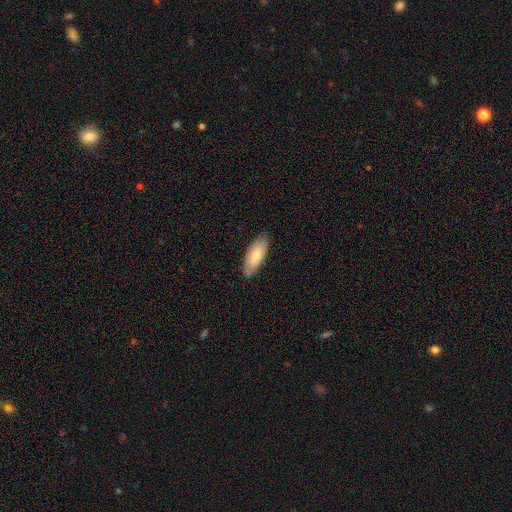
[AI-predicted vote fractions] Smooth or featured?
  - smooth: 72% *
  - featured or disk: 22%
  - star or artifact: 5%
How rounded?
  - in between: 78% *
  - cigar-shaped: 21%
  - round: 2%
Merging?
  - none: 83% *
  - minor disturbance: 14%
  - major disturbance: 2%
  - merger: 1%